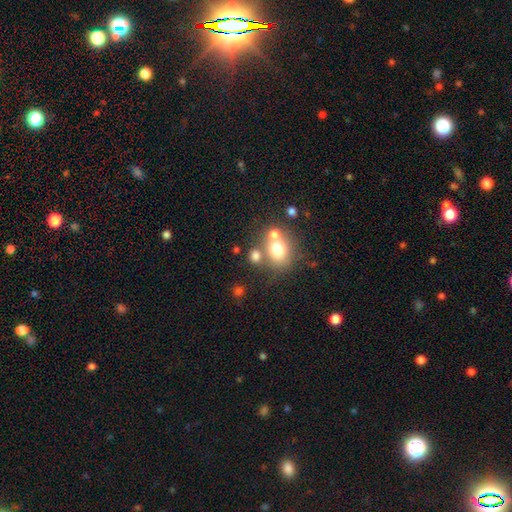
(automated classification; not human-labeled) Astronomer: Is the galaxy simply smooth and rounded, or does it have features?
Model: smooth — 71%.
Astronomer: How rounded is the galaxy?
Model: round — 67%.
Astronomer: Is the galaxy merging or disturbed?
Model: none — 53% (runner-up: merger, 32%).